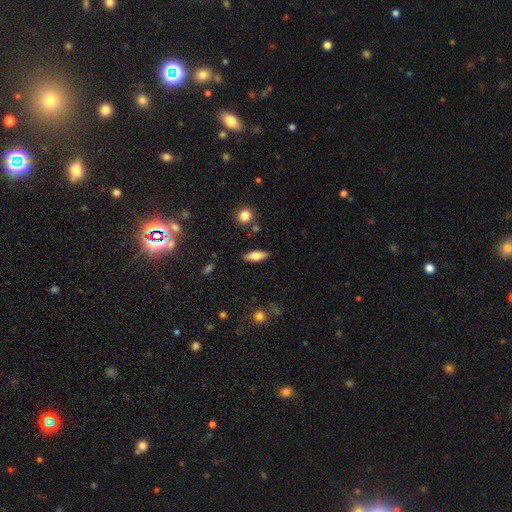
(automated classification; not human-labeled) Overall: smooth (58%; featured or disk 35%). How rounded: in between (57%; cigar-shaped 40%). Merging: none (85%).